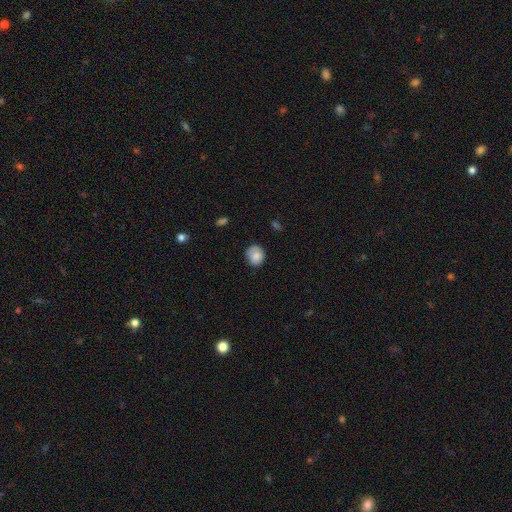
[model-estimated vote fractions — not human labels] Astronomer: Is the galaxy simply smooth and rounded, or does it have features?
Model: smooth — 81%.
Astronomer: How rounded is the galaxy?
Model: round — 71%.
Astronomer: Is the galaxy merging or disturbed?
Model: none — 71%.